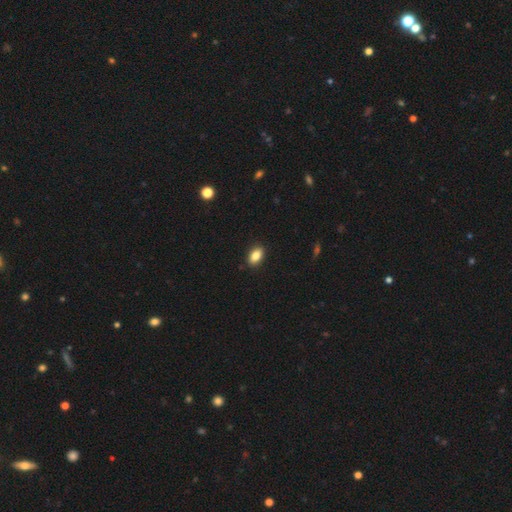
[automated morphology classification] smooth 85%, star or artifact 8%, featured or disk 7%. Down the decision tree: how rounded — in between (89%); merging — none (89%).